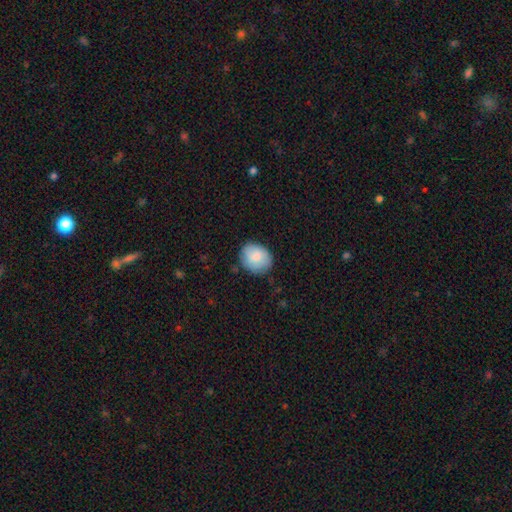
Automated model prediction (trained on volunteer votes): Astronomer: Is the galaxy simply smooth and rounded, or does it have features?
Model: smooth — 84%.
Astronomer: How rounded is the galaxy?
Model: round — 59% (runner-up: in between, 40%).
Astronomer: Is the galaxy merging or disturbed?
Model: none — 78%.